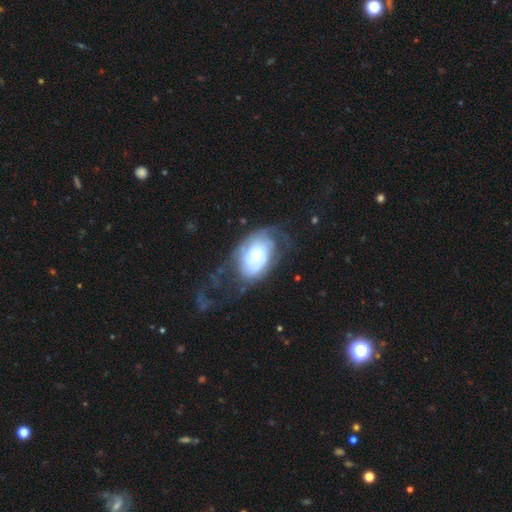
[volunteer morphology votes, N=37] type=featured or disk (81%); edge-on=no (93%); bar=no (82%); spiral arms=yes (64%); winding=tight (89%); arm count=can't tell (56%); bulge=moderate (46%); merging=major disturbance (50%).